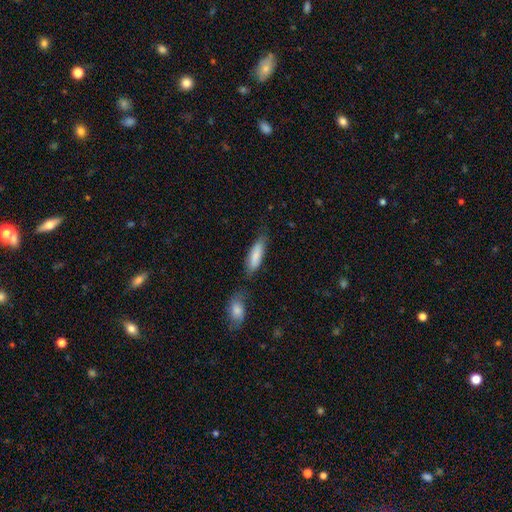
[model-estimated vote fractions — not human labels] Smooth or featured? Predicted: smooth (p=0.82). How rounded? Predicted: in between (p=0.50). Merging? Predicted: none (p=0.65).